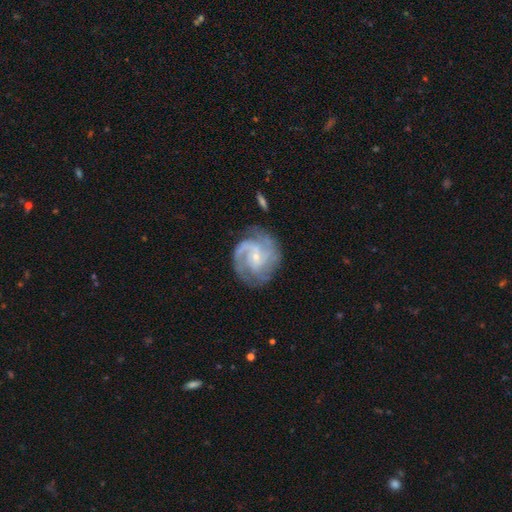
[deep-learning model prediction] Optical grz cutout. It shows a featured or disk galaxy (88%) with no bar (49%), 2 (33%) medium (45%) spiral arms (97%) and a small central bulge (77%). Merging: none (73%).